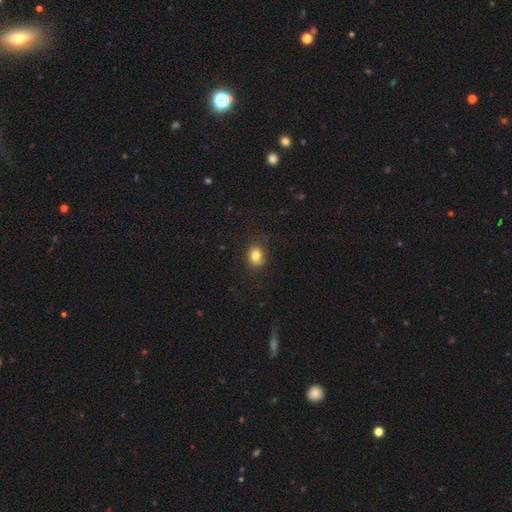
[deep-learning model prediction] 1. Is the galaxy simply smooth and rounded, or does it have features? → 82% smooth, 11% star or artifact, 7% featured or disk.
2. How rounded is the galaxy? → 51% round, 48% in between, 1% cigar-shaped.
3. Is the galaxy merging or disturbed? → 83% none, 13% minor disturbance, 3% major disturbance, 1% merger.